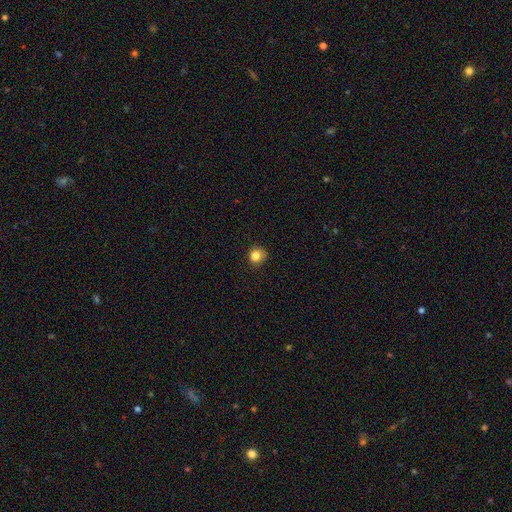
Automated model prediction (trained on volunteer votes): This is clearly a smooth galaxy (84%). How rounded: clearly round (87%). Merging: clearly none (83%).